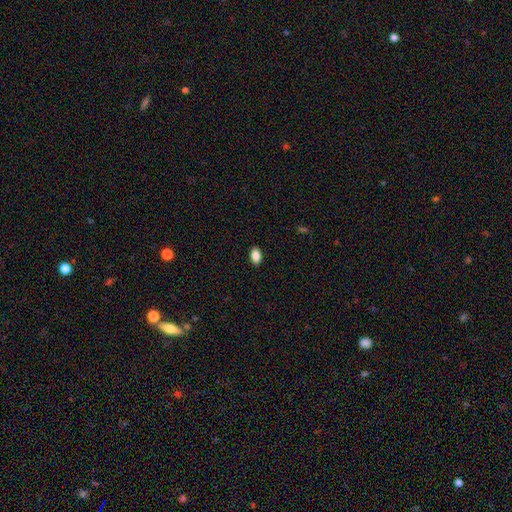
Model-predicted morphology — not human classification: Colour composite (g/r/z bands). It shows a smooth galaxy with no disk features (87%) that is in between round and cigar-shaped (90%). Merging: none (90%).